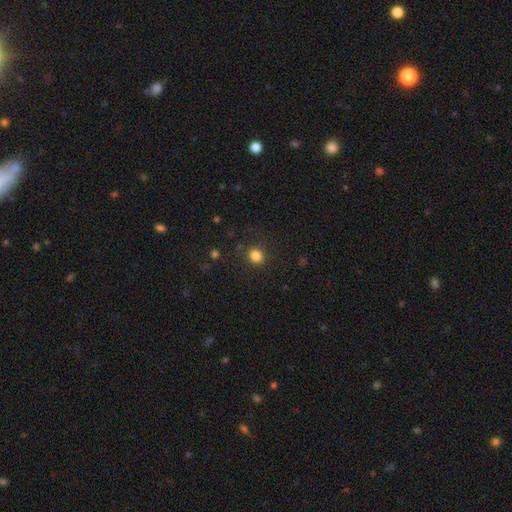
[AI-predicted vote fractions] Smooth or featured: smooth — 83% (star or artifact — 13%)
How rounded: round — 82% (in between — 17%)
Merging: none — 86% (minor disturbance — 9%)